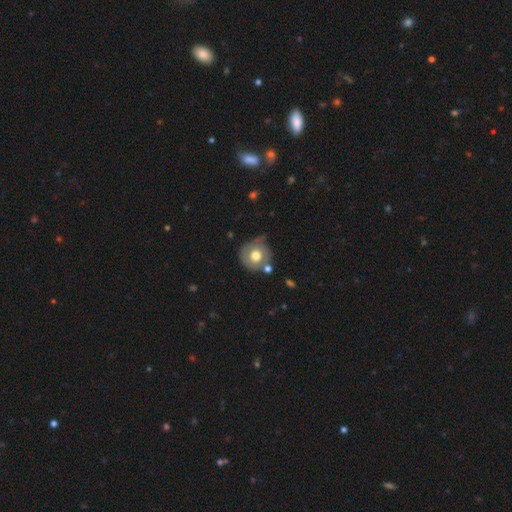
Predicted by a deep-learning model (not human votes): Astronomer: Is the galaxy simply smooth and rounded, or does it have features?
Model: smooth — 60%.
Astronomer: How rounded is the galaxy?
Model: round — 91%.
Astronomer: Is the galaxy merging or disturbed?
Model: none — 57%.